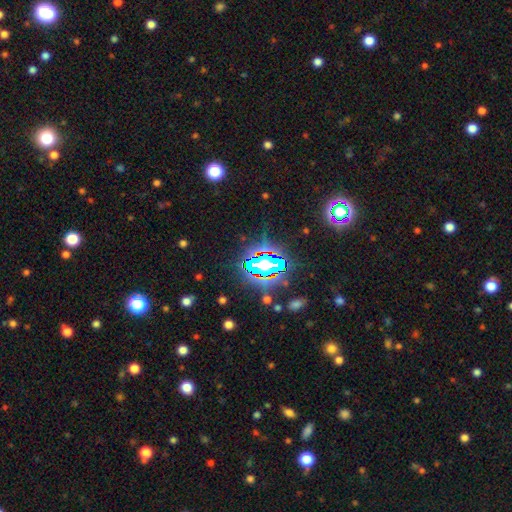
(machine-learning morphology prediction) This is likely a star or artifact rather than a galaxy (80%).